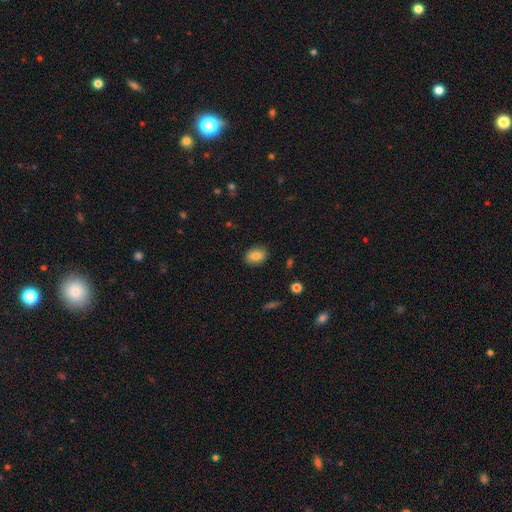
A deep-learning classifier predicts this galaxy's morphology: Smooth or featured: smooth — 81% (featured or disk — 10%)
How rounded: in between — 74% (round — 24%)
Merging: none — 87% (minor disturbance — 10%)